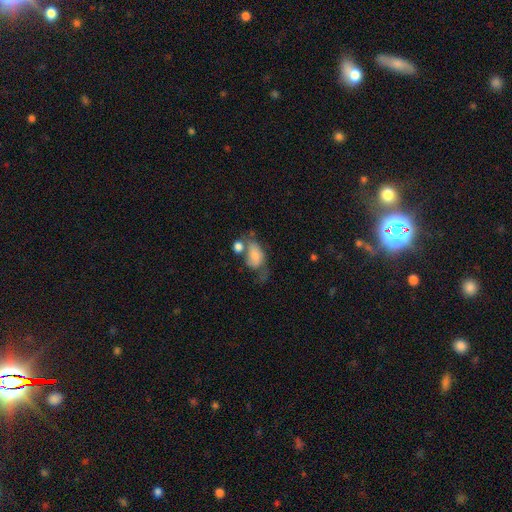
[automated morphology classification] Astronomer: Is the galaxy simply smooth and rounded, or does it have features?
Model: smooth — 60%.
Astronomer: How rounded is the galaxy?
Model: in between — 85%.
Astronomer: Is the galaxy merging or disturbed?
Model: major disturbance — 26%, tied with none at 26%.